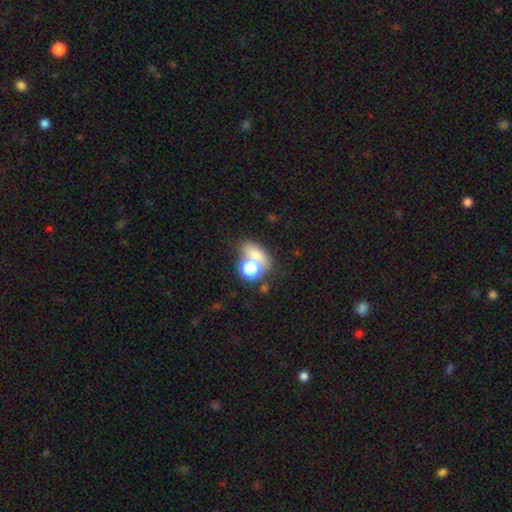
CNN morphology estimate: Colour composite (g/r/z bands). It shows a smooth galaxy with no disk features (60%) that is in between round and cigar-shaped (58%). Merging: none (48%).